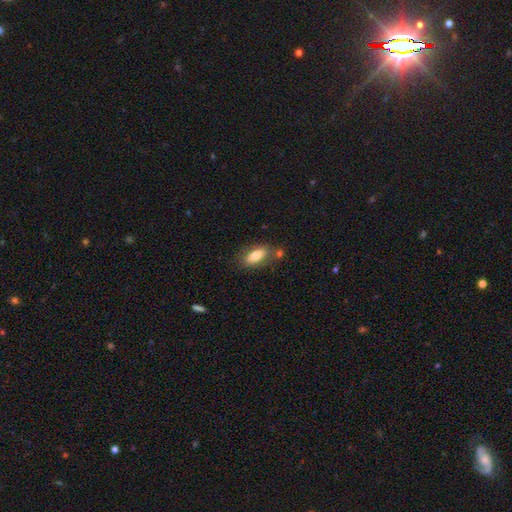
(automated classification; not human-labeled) Smooth or featured?
  - smooth: 76% *
  - featured or disk: 17%
  - star or artifact: 7%
How rounded?
  - in between: 85% *
  - cigar-shaped: 11%
  - round: 4%
Merging?
  - none: 69% *
  - minor disturbance: 15%
  - merger: 11%
  - major disturbance: 4%